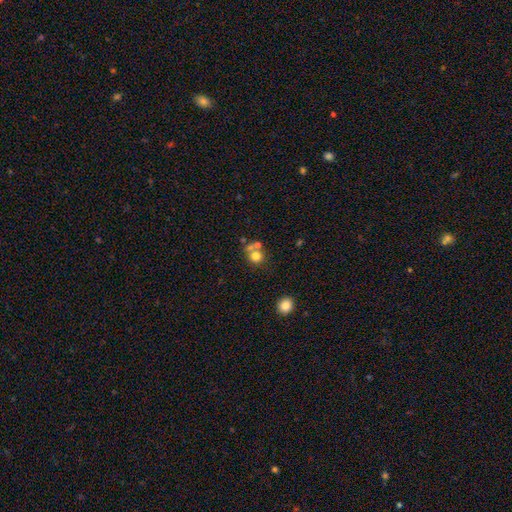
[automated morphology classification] Smooth or featured? Predicted: smooth (p=0.73). How rounded? Predicted: round (p=0.87). Merging? Predicted: none (p=0.50).